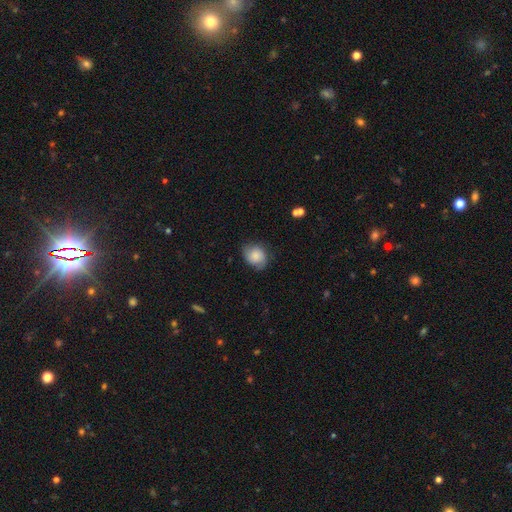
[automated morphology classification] Overall: smooth (62%; featured or disk 30%). How rounded: round (57%; in between 42%). Merging: none (67%).